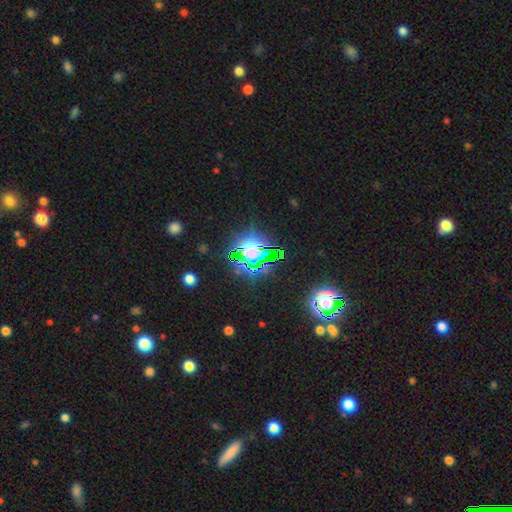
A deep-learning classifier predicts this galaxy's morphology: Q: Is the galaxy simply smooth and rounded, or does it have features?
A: star or artifact — 73%.